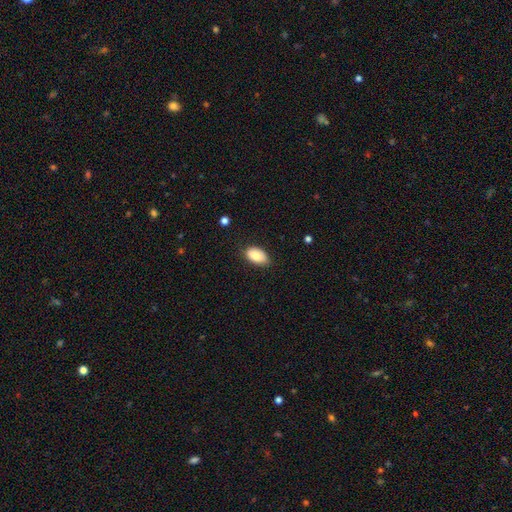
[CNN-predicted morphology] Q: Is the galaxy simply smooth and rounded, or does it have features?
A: smooth — 84%.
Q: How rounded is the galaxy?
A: in between — 93%.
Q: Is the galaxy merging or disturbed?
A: none — 80%.